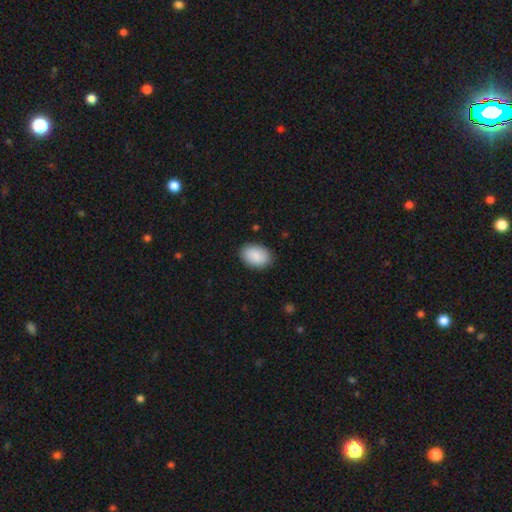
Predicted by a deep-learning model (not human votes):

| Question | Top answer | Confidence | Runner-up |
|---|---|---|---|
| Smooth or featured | smooth | 90% | star or artifact (6%) |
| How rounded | in between | 88% | round (11%) |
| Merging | none | 87% | minor disturbance (9%) |